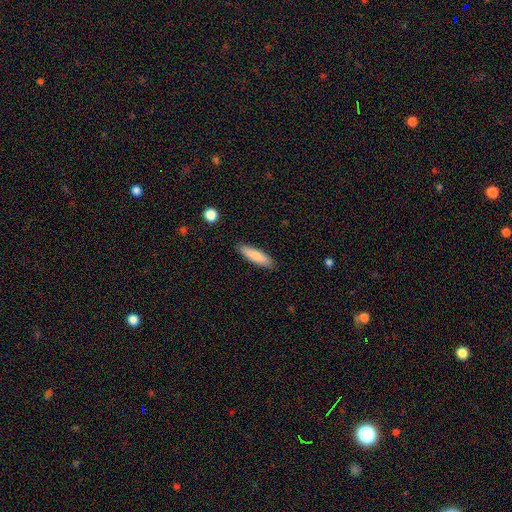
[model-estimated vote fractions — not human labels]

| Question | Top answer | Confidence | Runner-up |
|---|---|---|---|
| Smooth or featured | smooth | 80% | featured or disk (14%) |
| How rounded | cigar-shaped | 69% | in between (29%) |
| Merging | none | 89% | minor disturbance (8%) |